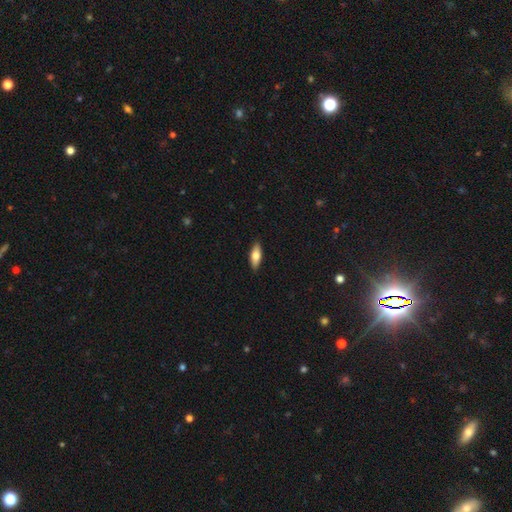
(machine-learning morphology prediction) A smooth galaxy with no disk features (71%) that is in between round and cigar-shaped (67%).

Vote fractions:
- Smooth or featured? smooth: 71% / featured or disk: 23% / star or artifact: 6%
- How rounded? in between: 67% / cigar-shaped: 31% / round: 2%
- Merging? none: 89% / minor disturbance: 8% / major disturbance: 2% / merger: 1%